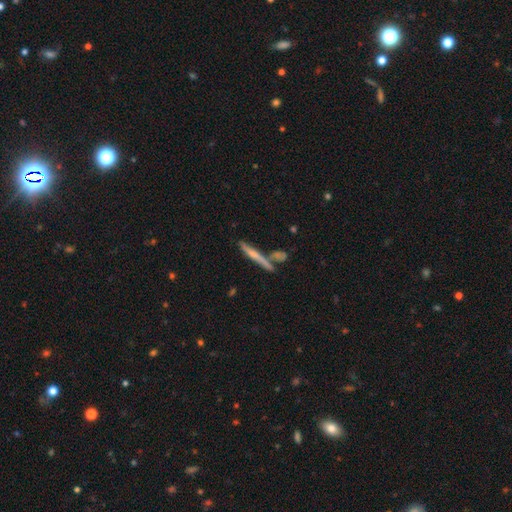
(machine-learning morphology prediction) Smooth or featured: featured or disk — 49% (smooth — 43%)
Merging: none — 71% (merger — 15%)